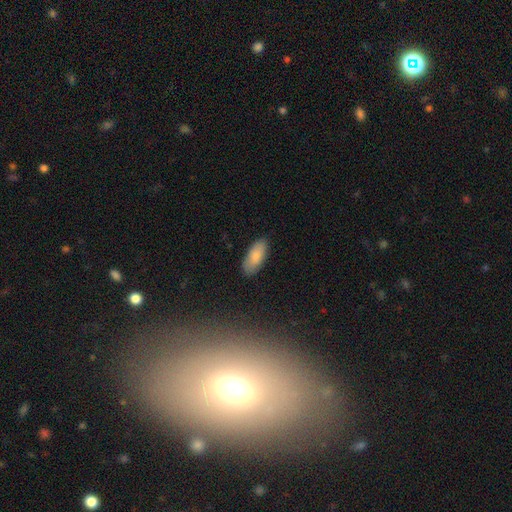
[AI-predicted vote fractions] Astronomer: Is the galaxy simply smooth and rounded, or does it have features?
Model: smooth — 84%.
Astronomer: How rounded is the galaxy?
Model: in between — 87%.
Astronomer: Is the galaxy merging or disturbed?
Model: none — 85%.